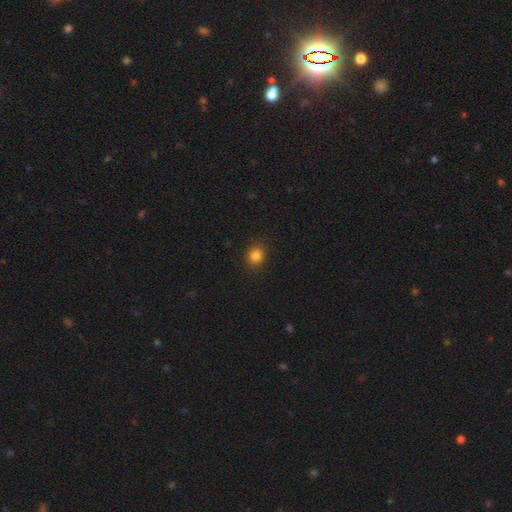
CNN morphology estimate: This is clearly a smooth galaxy (83%). How rounded: likely round (76%). Merging: clearly none (90%).